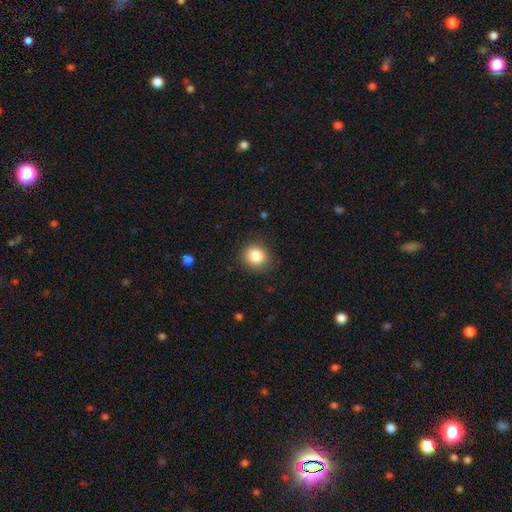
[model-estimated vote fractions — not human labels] smooth 85%, star or artifact 10%, featured or disk 5%. Down the decision tree: how rounded — round (87%); merging — none (88%).